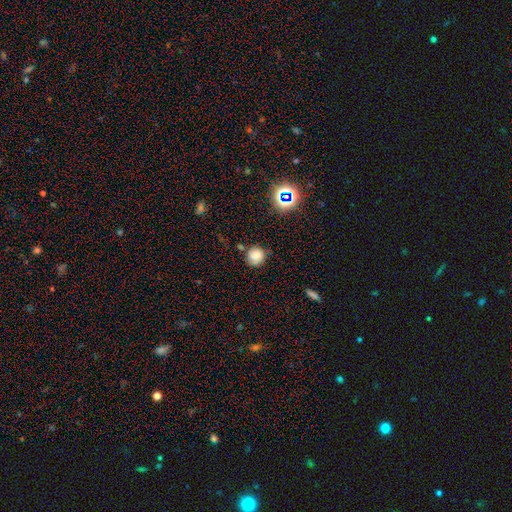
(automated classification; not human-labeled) This is likely a smooth galaxy (76%). How rounded: clearly round (87%). Merging: likely none (72%).